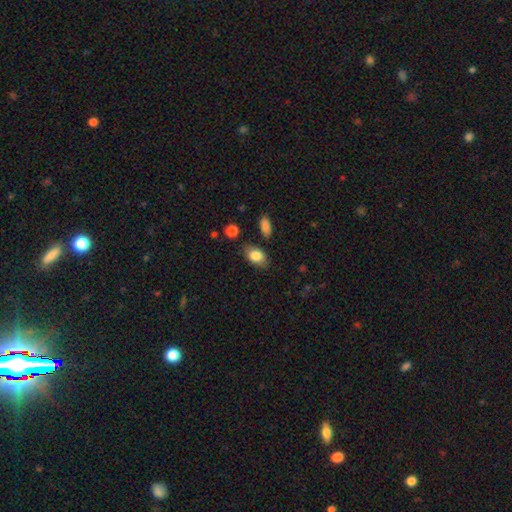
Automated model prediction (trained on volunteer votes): Smooth or featured?
  - smooth: 82% *
  - featured or disk: 10%
  - star or artifact: 7%
How rounded?
  - in between: 89% *
  - round: 9%
  - cigar-shaped: 2%
Merging?
  - none: 80% *
  - minor disturbance: 13%
  - major disturbance: 3%
  - merger: 3%